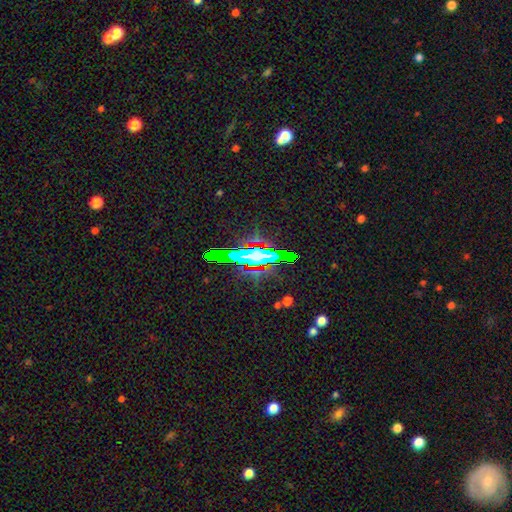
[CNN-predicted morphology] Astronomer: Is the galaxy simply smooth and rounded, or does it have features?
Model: star or artifact — 61%.